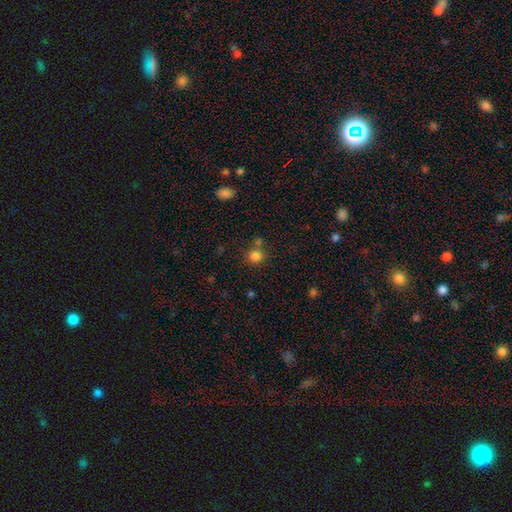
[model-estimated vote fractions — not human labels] Smooth or featured?
  - smooth: 82% *
  - star or artifact: 13%
  - featured or disk: 5%
How rounded?
  - round: 89% *
  - in between: 10%
  - cigar-shaped: 1%
Merging?
  - none: 70% *
  - merger: 17%
  - minor disturbance: 9%
  - major disturbance: 4%